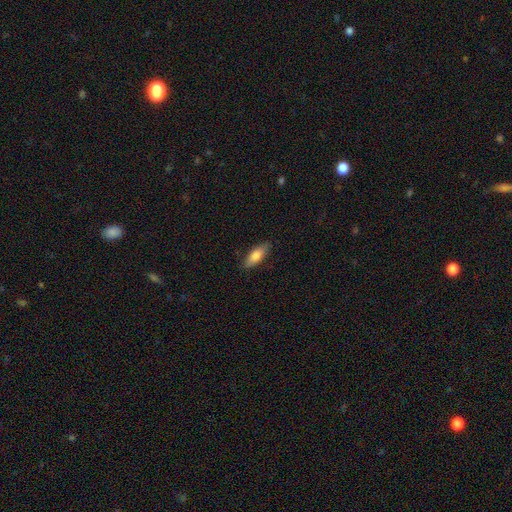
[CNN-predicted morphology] Q: Smooth or featured?
A: smooth (77%); runner-up: featured or disk (17%)
Q: How rounded?
A: in between (66%); runner-up: cigar-shaped (32%)
Q: Merging?
A: none (84%); runner-up: minor disturbance (12%)